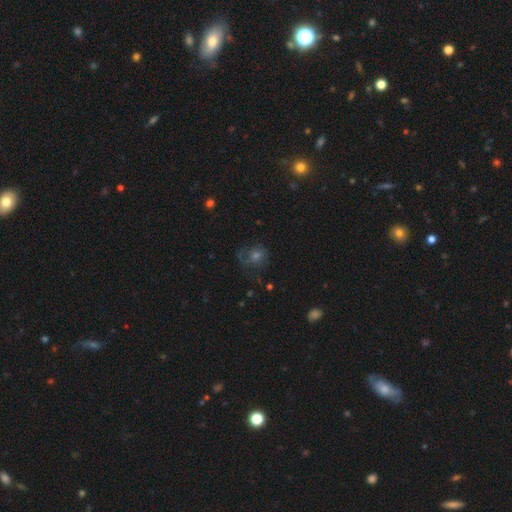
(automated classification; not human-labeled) smooth-or-featured: smooth: 41% | featured or disk: 34% | star or artifact: 25%
  merging: none: 60% | major disturbance: 19% | minor disturbance: 19% | merger: 2%